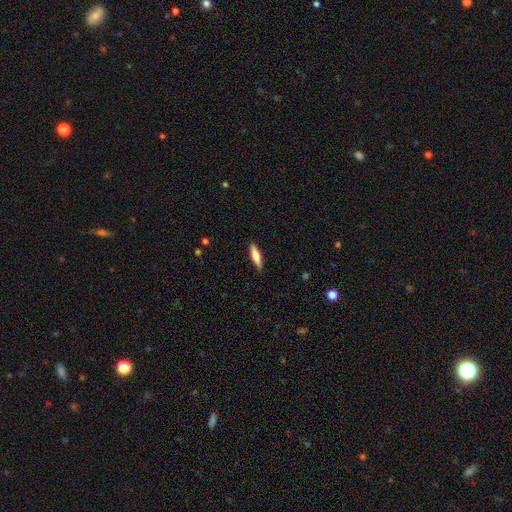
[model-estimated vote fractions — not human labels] smooth-or-featured: smooth: 69% | featured or disk: 25% | star or artifact: 6%
  how-rounded: cigar-shaped: 69% | in between: 29% | round: 2%
  merging: none: 88% | minor disturbance: 9% | major disturbance: 2% | merger: 1%